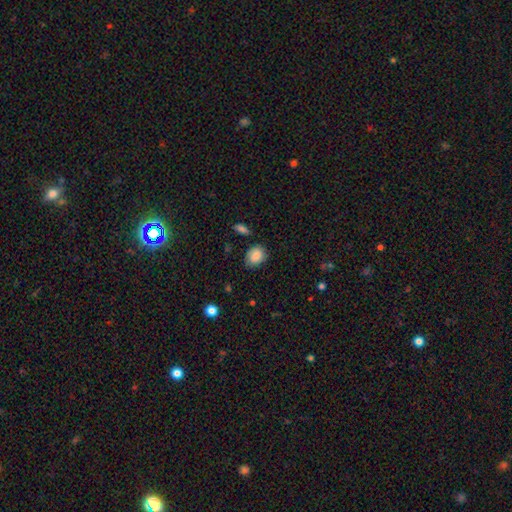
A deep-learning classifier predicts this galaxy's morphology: smooth_or_featured: smooth (p=0.82) [alt: featured or disk p=0.10]
how_rounded: in between (p=0.59) [alt: round p=0.40]
merging: none (p=0.73) [alt: minor disturbance p=0.20]